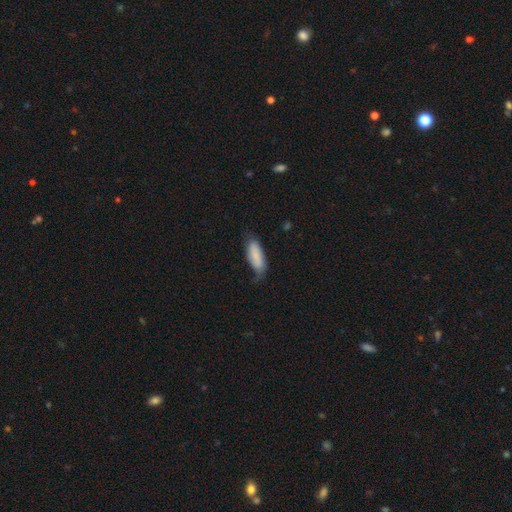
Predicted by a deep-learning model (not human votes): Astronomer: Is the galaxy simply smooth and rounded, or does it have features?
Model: smooth — 81%.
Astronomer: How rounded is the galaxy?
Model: in between — 70%.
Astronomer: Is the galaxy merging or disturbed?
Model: none — 50% (runner-up: minor disturbance, 36%).